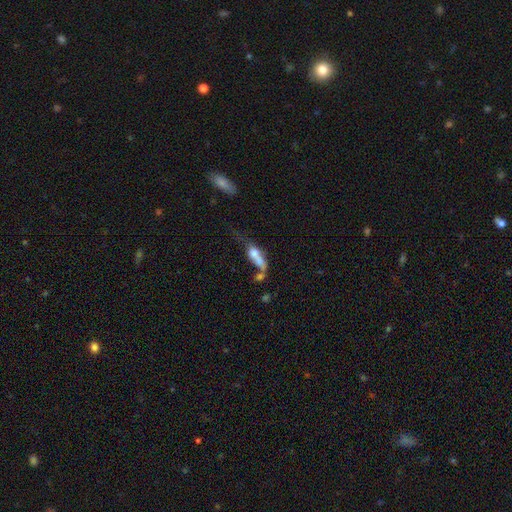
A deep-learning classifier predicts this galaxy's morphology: Smooth or featured?
  - smooth: 56% *
  - featured or disk: 33%
  - star or artifact: 11%
How rounded?
  - in between: 55% *
  - cigar-shaped: 37%
  - round: 8%
Merging?
  - merger: 43% *
  - major disturbance: 26%
  - none: 17%
  - minor disturbance: 14%